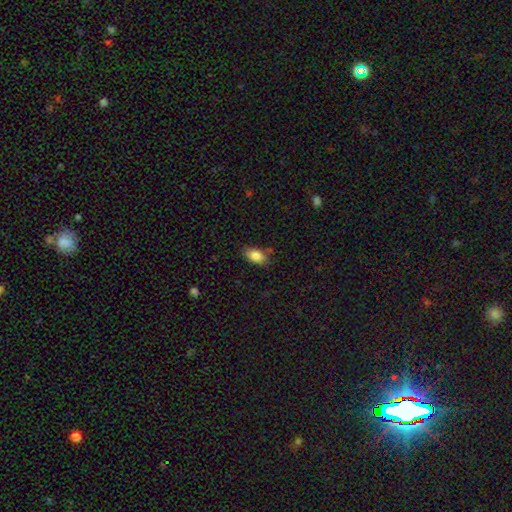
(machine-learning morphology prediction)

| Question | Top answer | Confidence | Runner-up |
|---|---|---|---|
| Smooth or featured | smooth | 86% | star or artifact (8%) |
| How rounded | in between | 91% | round (6%) |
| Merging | none | 78% | minor disturbance (15%) |